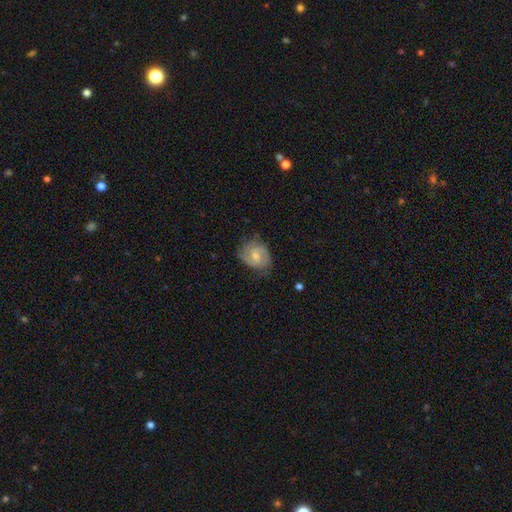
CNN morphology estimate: A featured or disk galaxy (63%) with a weak bar (53%), 2 (78%) medium (47%) spiral arms (90%) and a small central bulge (48%). Merging: none (68%).